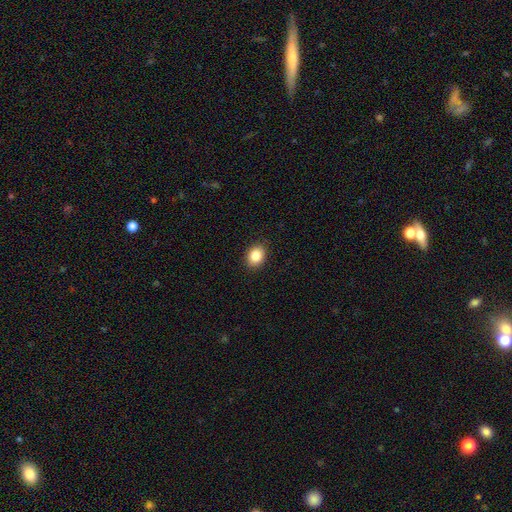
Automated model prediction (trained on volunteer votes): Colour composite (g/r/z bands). It shows a smooth galaxy with no disk features (85%) that is in between round and cigar-shaped (54%). Merging: none (90%).